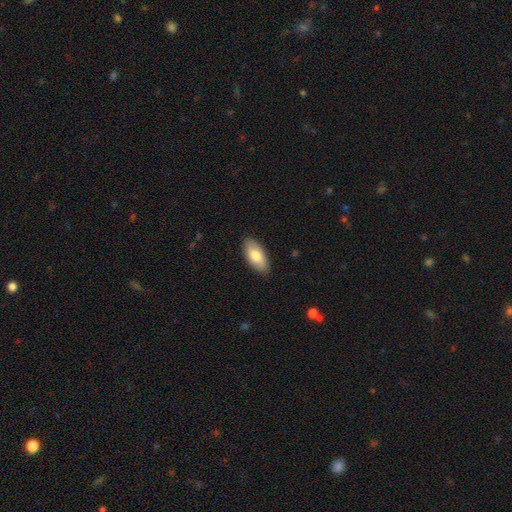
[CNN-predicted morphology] smooth 80%, featured or disk 14%, star or artifact 5%. Down the decision tree: how rounded — in between (90%); merging — none (87%).